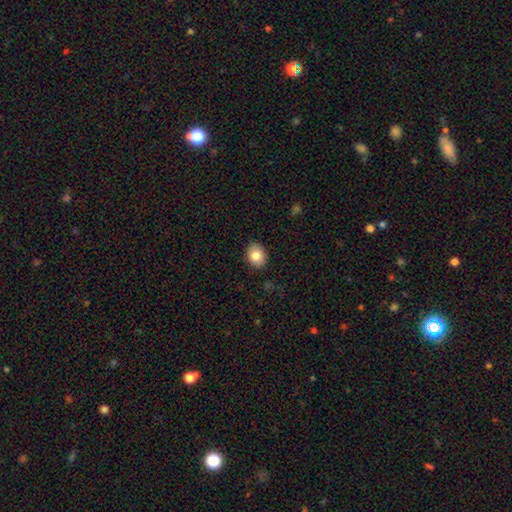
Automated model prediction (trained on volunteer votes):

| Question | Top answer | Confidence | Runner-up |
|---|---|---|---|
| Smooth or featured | smooth | 85% | star or artifact (8%) |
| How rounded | in between | 64% | round (35%) |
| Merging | none | 87% | minor disturbance (10%) |